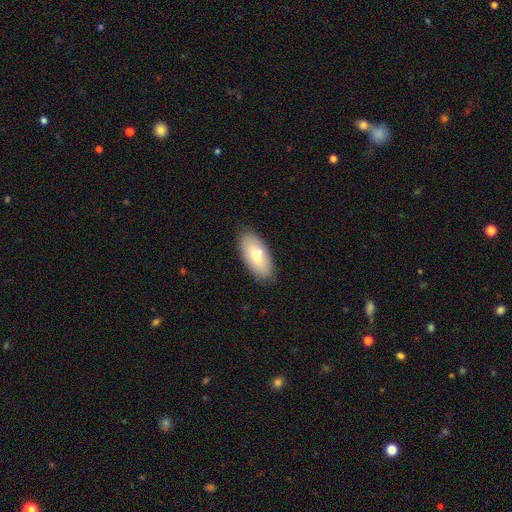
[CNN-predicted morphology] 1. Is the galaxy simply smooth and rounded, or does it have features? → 71% smooth, 22% featured or disk, 7% star or artifact.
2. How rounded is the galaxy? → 91% in between, 7% cigar-shaped, 2% round.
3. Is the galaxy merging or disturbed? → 83% none, 11% minor disturbance, 3% merger, 3% major disturbance.